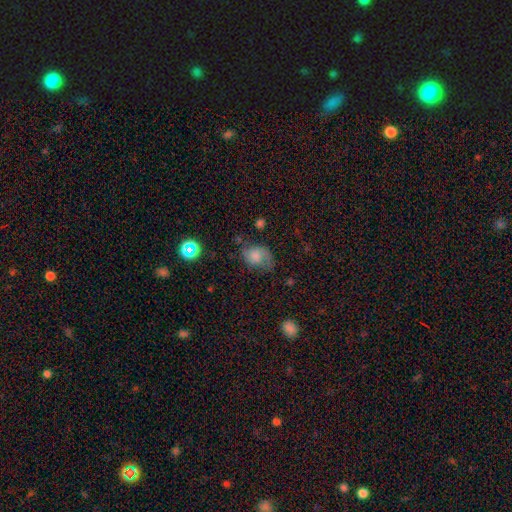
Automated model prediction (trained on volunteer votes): Smooth or featured?
  - smooth: 50% *
  - featured or disk: 38%
  - star or artifact: 12%
How rounded?
  - in between: 62% *
  - round: 37%
  - cigar-shaped: 1%
Merging?
  - none: 47% *
  - minor disturbance: 31%
  - major disturbance: 20%
  - merger: 3%